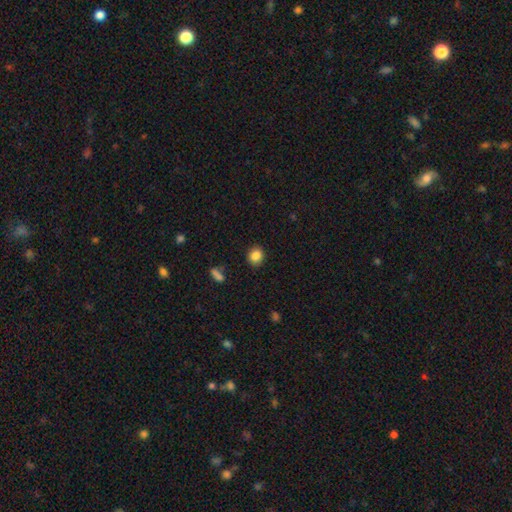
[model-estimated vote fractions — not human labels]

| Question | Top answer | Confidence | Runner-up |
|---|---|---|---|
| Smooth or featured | smooth | 85% | star or artifact (10%) |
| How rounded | round | 72% | in between (27%) |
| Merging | none | 89% | minor disturbance (8%) |